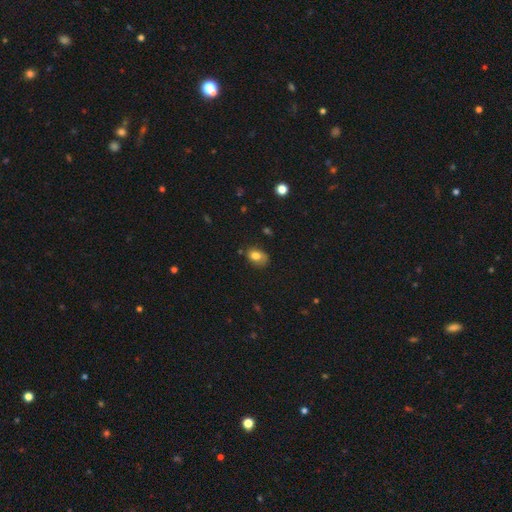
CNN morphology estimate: Smooth or featured? smooth (79%)
How rounded? in between (70%)
Merging? none (60%)